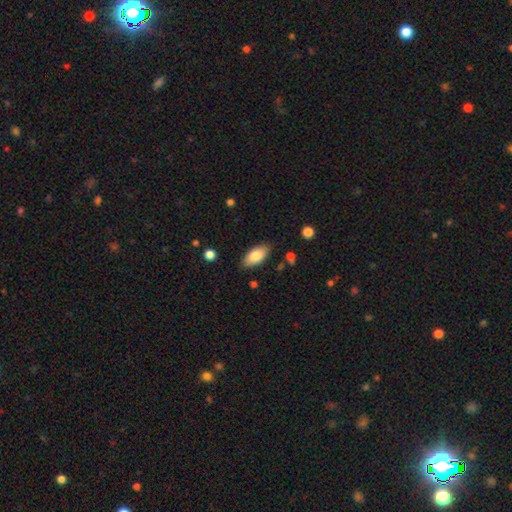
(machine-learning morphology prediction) smooth-or-featured: smooth: 80% | featured or disk: 13% | star or artifact: 6%
  how-rounded: in between: 90% | cigar-shaped: 7% | round: 2%
  merging: none: 86% | minor disturbance: 10% | major disturbance: 2% | merger: 2%